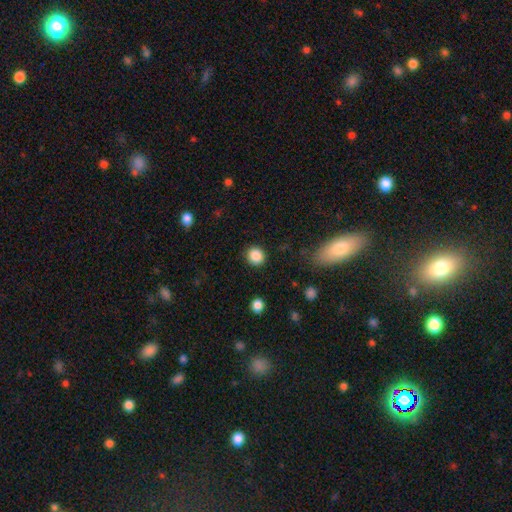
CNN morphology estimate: smooth 87%, star or artifact 10%, featured or disk 3%. Down the decision tree: how rounded — round (88%); merging — none (90%).